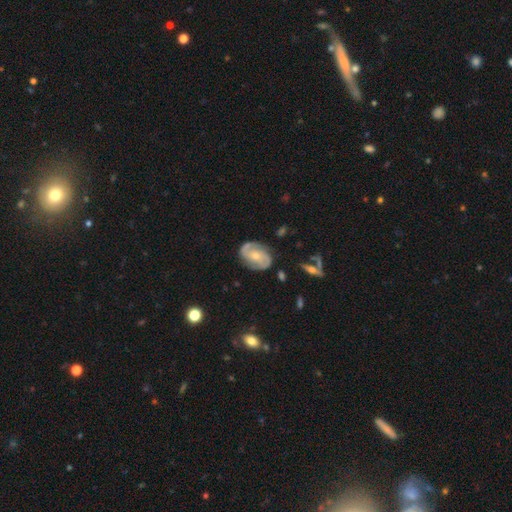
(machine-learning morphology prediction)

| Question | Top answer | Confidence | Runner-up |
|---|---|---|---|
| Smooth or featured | featured or disk | 82% | smooth (12%) |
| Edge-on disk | no | 97% | yes (3%) |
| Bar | no | 59% | weak (32%) |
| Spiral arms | yes | 95% | no (5%) |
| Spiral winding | medium | 46% | tight (38%) |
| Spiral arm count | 2 | 85% | can't tell (6%) |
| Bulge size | small | 52% | moderate (43%) |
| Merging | none | 78% | minor disturbance (16%) |